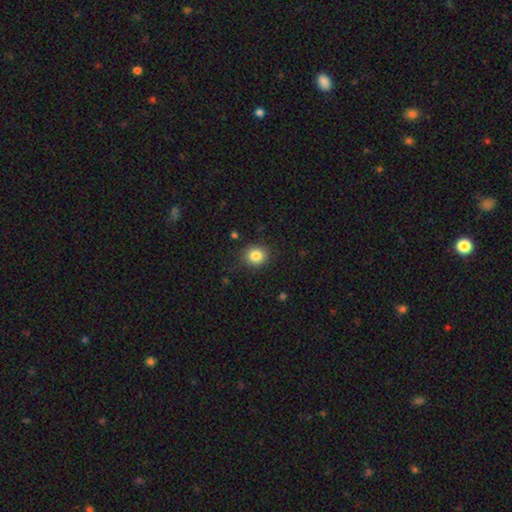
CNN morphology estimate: A smooth galaxy with no disk features (84%) that is round (81%).

Vote fractions:
- Smooth or featured? smooth: 84% / star or artifact: 11% / featured or disk: 5%
- How rounded? round: 81% / in between: 19% / cigar-shaped: 1%
- Merging? none: 87% / minor disturbance: 9% / major disturbance: 3% / merger: 1%